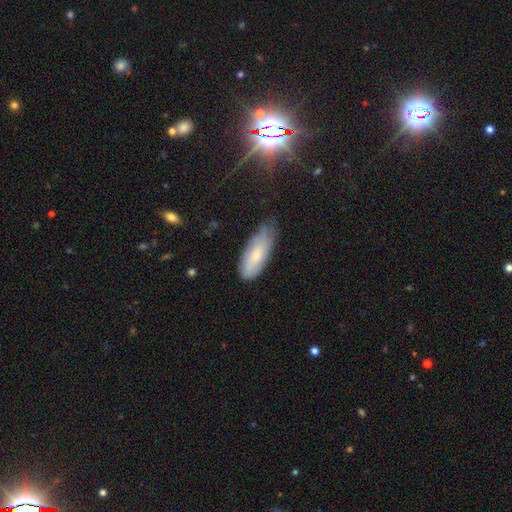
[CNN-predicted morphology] Smooth or featured? Predicted: smooth (p=0.71). How rounded? Predicted: in between (p=0.75). Merging? Predicted: none (p=0.60).